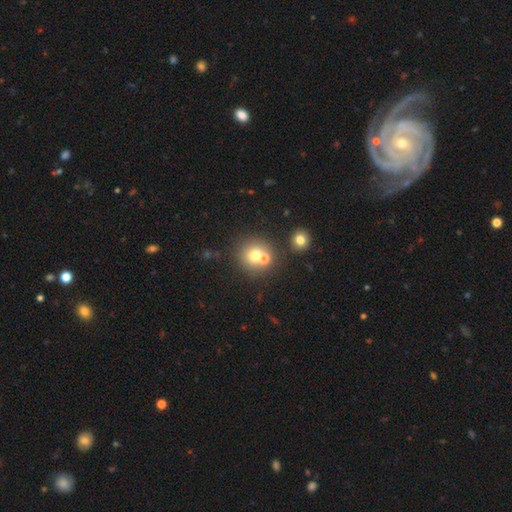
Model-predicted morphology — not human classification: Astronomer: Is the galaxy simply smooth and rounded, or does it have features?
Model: smooth — 69%.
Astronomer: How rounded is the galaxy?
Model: round — 89%.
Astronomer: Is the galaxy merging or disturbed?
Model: none — 52% (runner-up: merger, 38%).